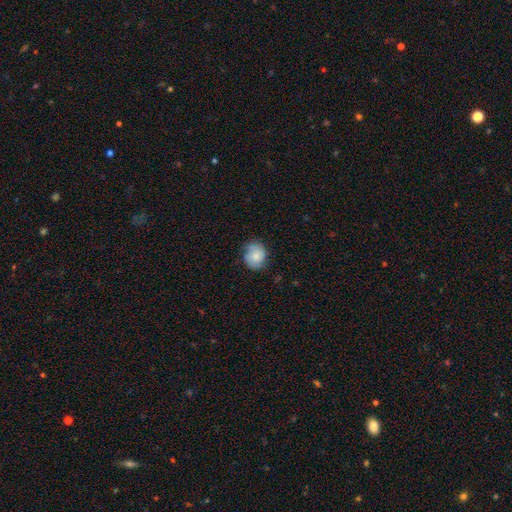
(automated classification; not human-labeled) Morphology: type=smooth (73%); roundness=round (67%); merging=none (64%).